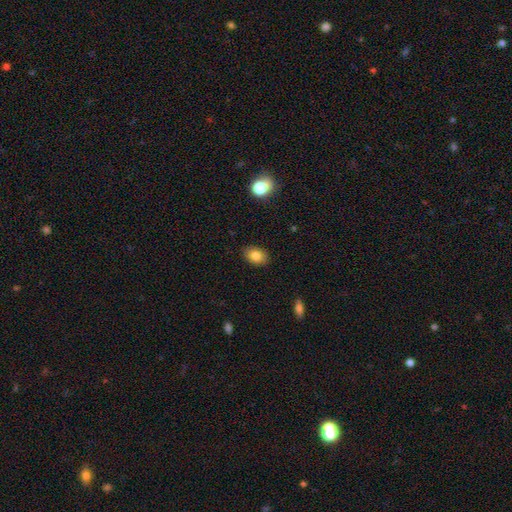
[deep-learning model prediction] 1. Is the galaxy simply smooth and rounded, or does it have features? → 82% smooth, 9% star or artifact, 9% featured or disk.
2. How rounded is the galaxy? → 74% in between, 24% round, 1% cigar-shaped.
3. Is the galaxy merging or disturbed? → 88% none, 9% minor disturbance, 2% major disturbance, 1% merger.